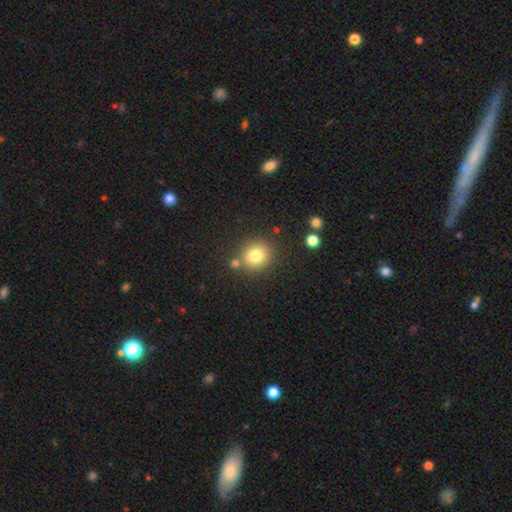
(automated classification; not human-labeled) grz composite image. It shows a smooth galaxy with no disk features (80%) that is round (86%). Merging: none (78%).